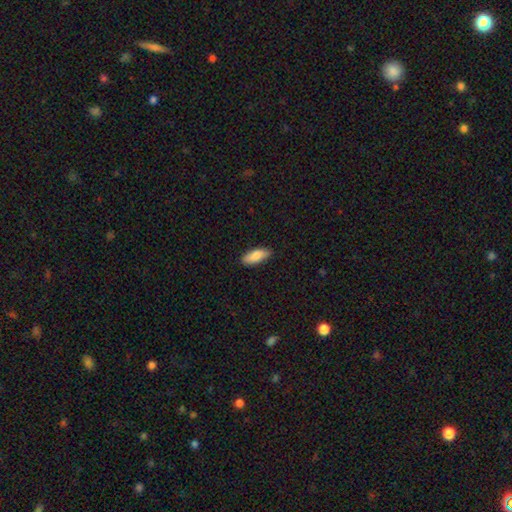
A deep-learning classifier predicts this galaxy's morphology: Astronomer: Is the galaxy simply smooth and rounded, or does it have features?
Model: smooth — 86%.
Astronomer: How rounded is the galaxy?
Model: in between — 75%.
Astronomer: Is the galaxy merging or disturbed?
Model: none — 86%.